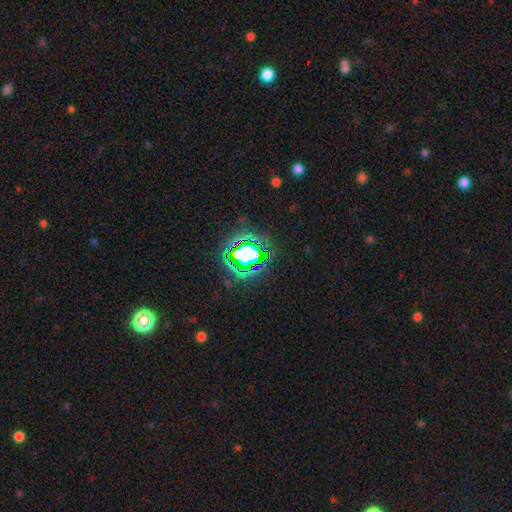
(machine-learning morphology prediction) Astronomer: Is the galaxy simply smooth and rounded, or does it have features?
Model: star or artifact — 83%.